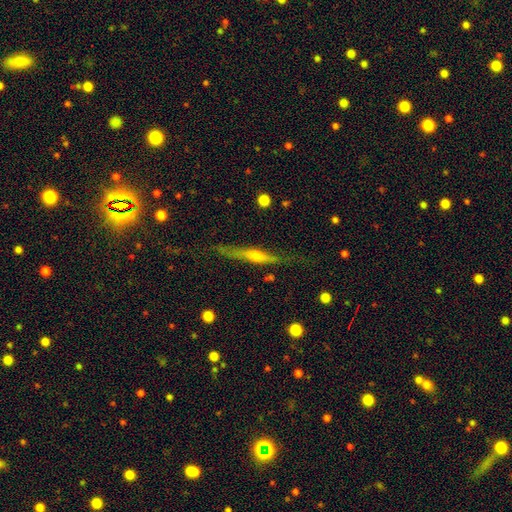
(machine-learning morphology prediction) The model was most divided on "smooth or featured": featured or disk: 64%, smooth: 29%, star or artifact: 7%. More confident: edge-on disk — yes (93%); edge-on bulge — rounded (82%); merging — none (73%).